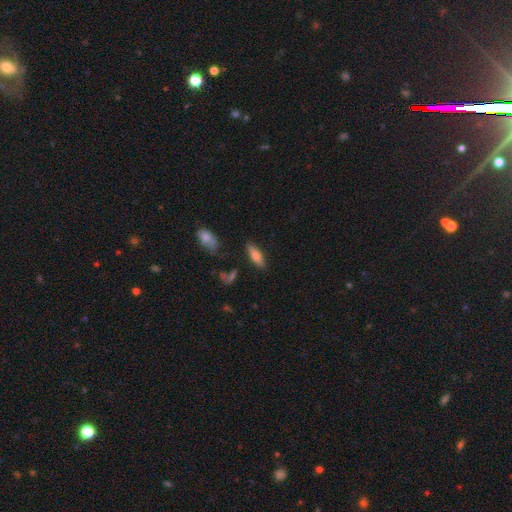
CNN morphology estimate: This is likely a smooth galaxy (65%). How rounded: possibly in between (54%). Merging: clearly none (82%).